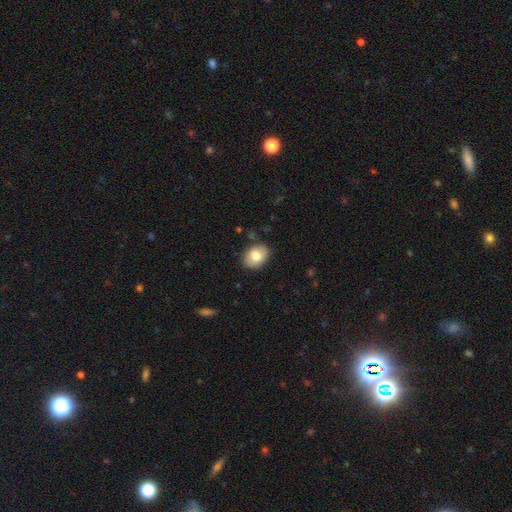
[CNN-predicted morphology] type=smooth (79%); roundness=in between (69%); merging=none (85%).